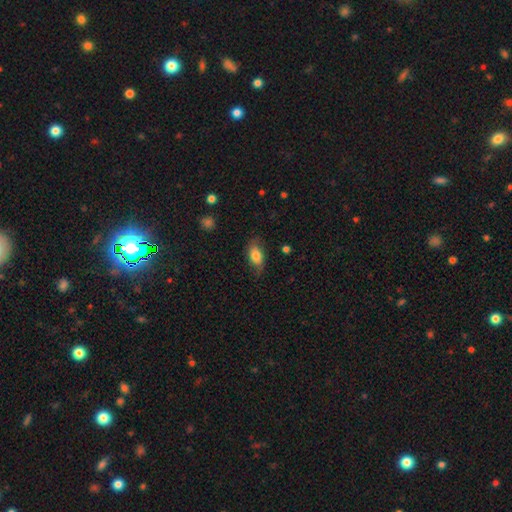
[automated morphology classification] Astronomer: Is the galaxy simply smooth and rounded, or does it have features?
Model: smooth — 74%.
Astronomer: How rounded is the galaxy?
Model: in between — 88%.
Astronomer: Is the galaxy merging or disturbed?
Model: none — 70%.